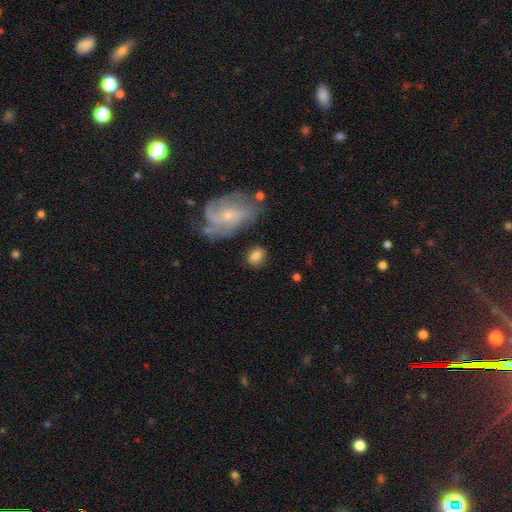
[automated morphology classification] smooth_or_featured: smooth (p=0.72) [alt: featured or disk p=0.20]
how_rounded: in between (p=0.64) [alt: round p=0.34]
merging: none (p=0.73) [alt: minor disturbance p=0.15]